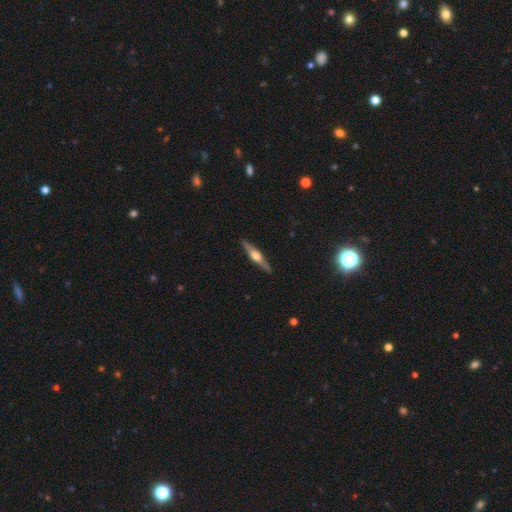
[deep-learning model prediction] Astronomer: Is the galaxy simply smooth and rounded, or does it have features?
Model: featured or disk — 63%.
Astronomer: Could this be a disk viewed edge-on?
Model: yes — 96%.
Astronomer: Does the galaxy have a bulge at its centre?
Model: rounded — 90%.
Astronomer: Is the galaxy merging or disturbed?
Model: none — 90%.